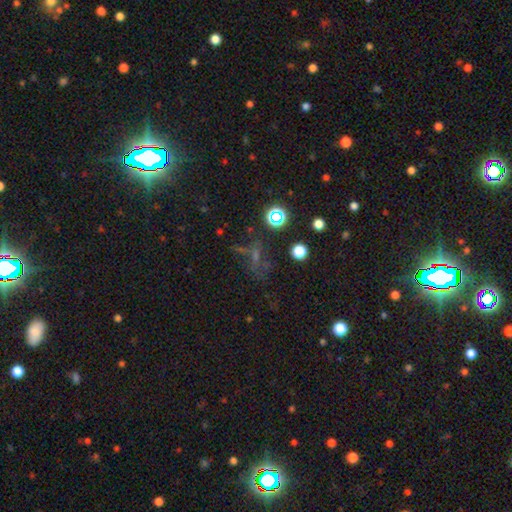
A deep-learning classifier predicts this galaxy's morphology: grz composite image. It shows a star or artifact, not a galaxy (53%).